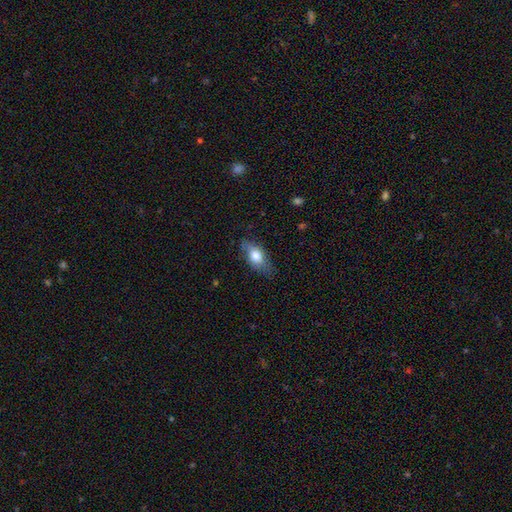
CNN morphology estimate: Overall: smooth (71%). How rounded: in between (83%). Merging: none (69%).